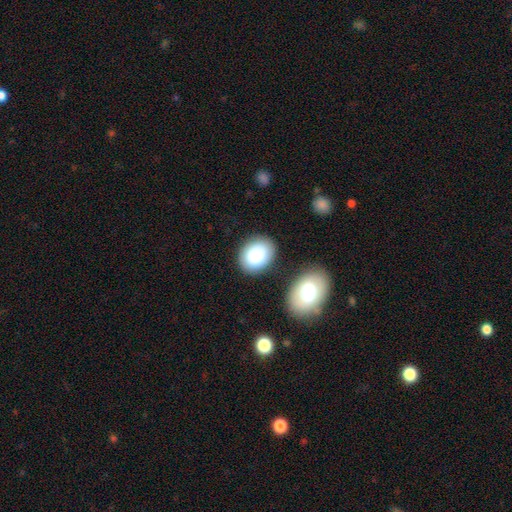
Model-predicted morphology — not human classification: Smooth or featured?
  - smooth: 82% *
  - featured or disk: 10%
  - star or artifact: 8%
How rounded?
  - in between: 60% *
  - round: 39%
  - cigar-shaped: 1%
Merging?
  - none: 80% *
  - minor disturbance: 11%
  - merger: 6%
  - major disturbance: 3%